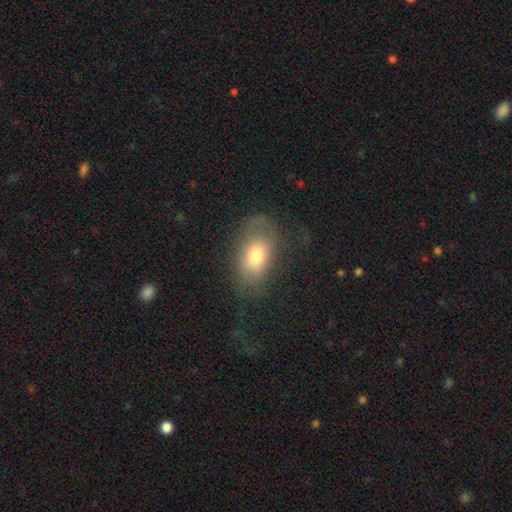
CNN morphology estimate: Smooth or featured?
  - smooth: 70% *
  - featured or disk: 21%
  - star or artifact: 9%
How rounded?
  - in between: 85% *
  - round: 13%
  - cigar-shaped: 2%
Merging?
  - none: 58% *
  - minor disturbance: 22%
  - major disturbance: 18%
  - merger: 2%